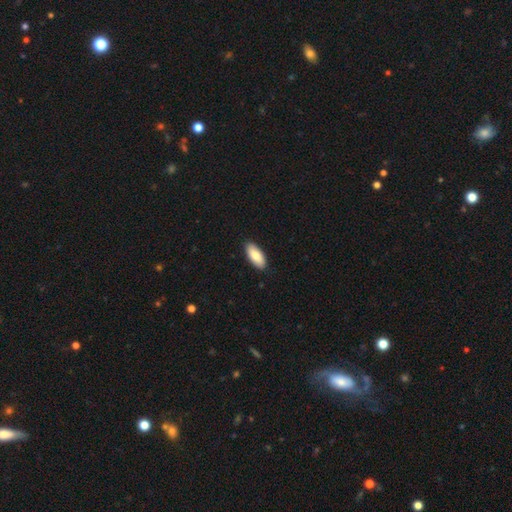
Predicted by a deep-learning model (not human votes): A smooth galaxy with no disk features (84%) that is in between round and cigar-shaped (87%).

Vote fractions:
- Smooth or featured? smooth: 84% / featured or disk: 11% / star or artifact: 5%
- How rounded? in between: 87% / cigar-shaped: 11% / round: 2%
- Merging? none: 90% / minor disturbance: 8% / major disturbance: 1% / merger: 1%